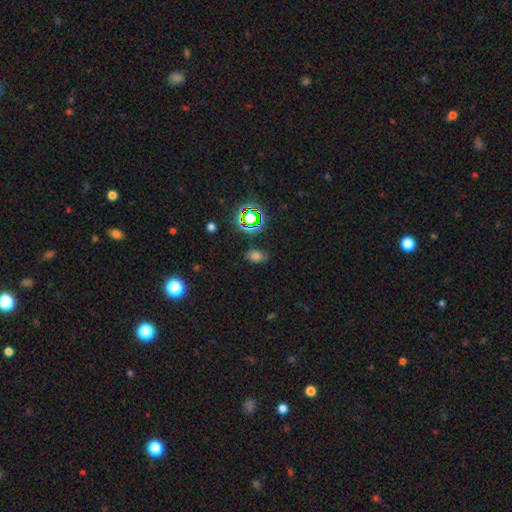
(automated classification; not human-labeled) This appears to be a smooth galaxy with no disk features (64%) that is in between round and cigar-shaped (80%). Merging: none (75%).